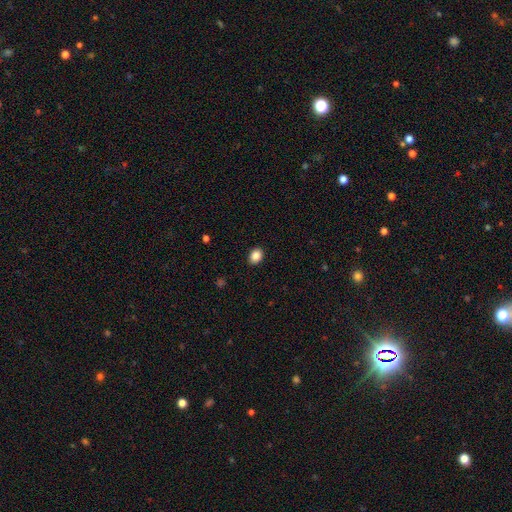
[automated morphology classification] Smooth or featured? smooth (87%)
How rounded? in between (61%)
Merging? none (90%)